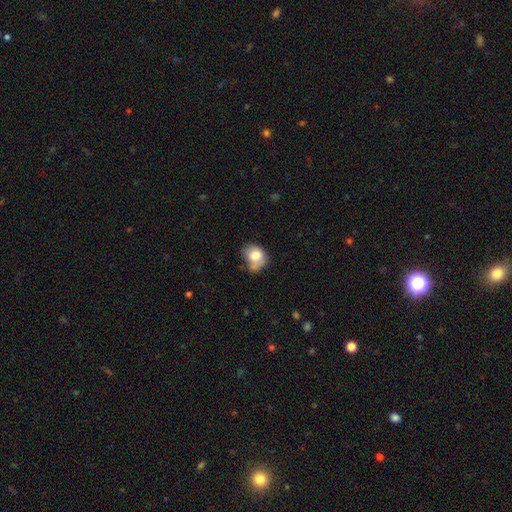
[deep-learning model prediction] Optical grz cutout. It shows a smooth galaxy with no disk features (77%) that is in between round and cigar-shaped (55%). Merging: none (36%).